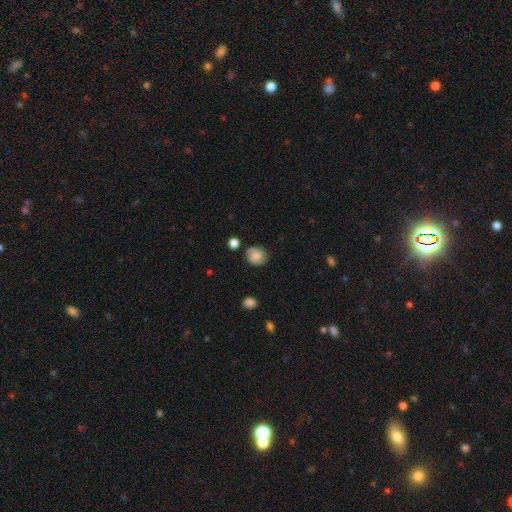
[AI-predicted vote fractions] This appears to be a smooth galaxy with no disk features (77%) that is round (72%). Merging: none (76%).